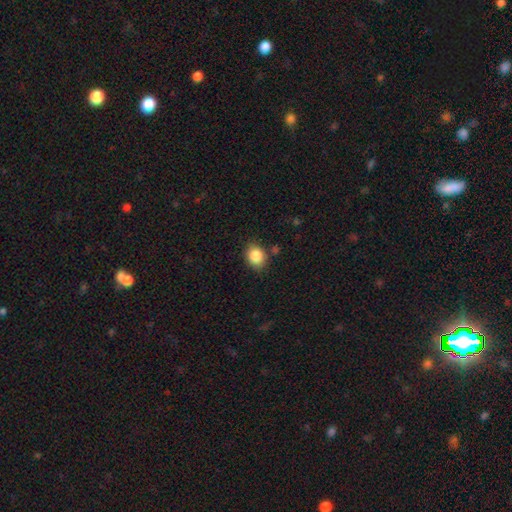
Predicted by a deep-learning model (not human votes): Q: Smooth or featured?
A: smooth (86%); runner-up: star or artifact (9%)
Q: How rounded?
A: round (50%); tied with: in between (50%)
Q: Merging?
A: none (81%); runner-up: minor disturbance (12%)